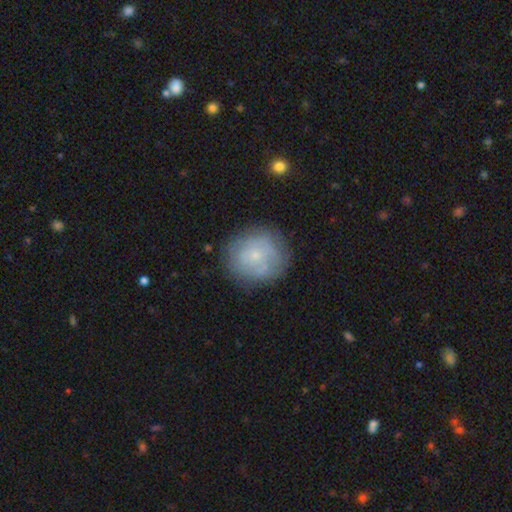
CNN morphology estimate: smooth-or-featured: smooth: 52% | featured or disk: 40% | star or artifact: 8%
  how-rounded: round: 85% | in between: 14% | cigar-shaped: 1%
  merging: none: 71% | minor disturbance: 19% | major disturbance: 7% | merger: 3%